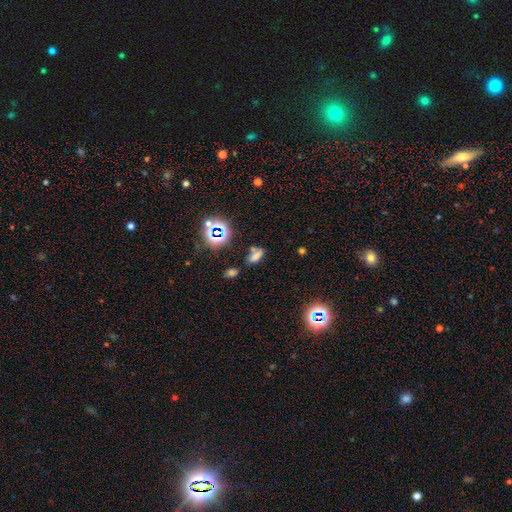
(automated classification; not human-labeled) This appears to be a smooth galaxy with no disk features (61%) that is in between round and cigar-shaped (80%). Merging: none (53%).